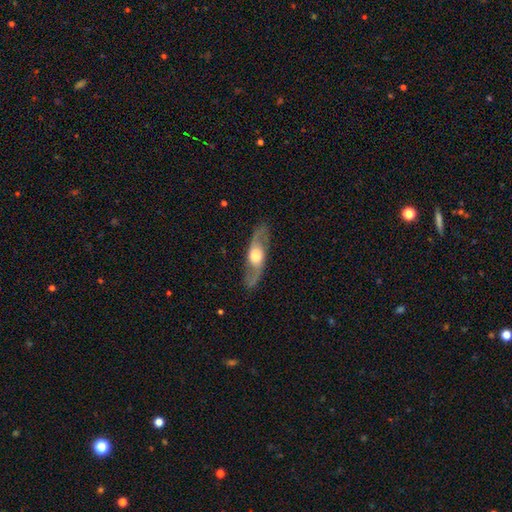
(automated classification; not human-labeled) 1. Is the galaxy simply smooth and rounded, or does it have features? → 76% featured or disk, 19% smooth, 5% star or artifact.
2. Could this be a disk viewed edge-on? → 74% no, 26% yes.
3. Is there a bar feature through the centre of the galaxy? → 67% no, 26% weak, 7% strong.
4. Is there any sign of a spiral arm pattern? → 86% yes, 14% no.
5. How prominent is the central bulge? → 46% moderate, 43% large, 5% small, 4% dominant, 2% none.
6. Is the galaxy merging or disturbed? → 83% none, 11% minor disturbance, 4% major disturbance, 1% merger.